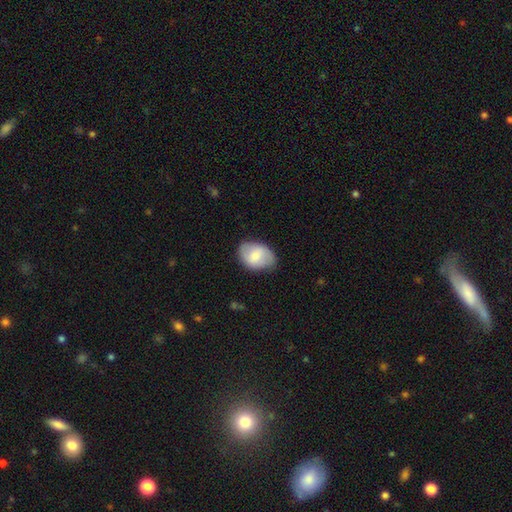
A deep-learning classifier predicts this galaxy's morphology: type=smooth (71%); roundness=in between (77%); merging=none (74%).